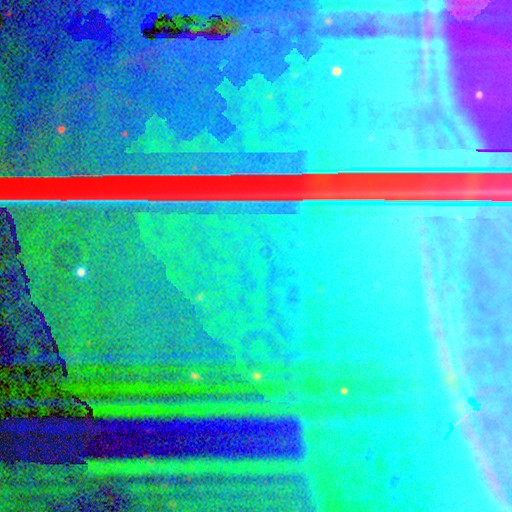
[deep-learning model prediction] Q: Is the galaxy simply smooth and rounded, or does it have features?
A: star or artifact — 86%.